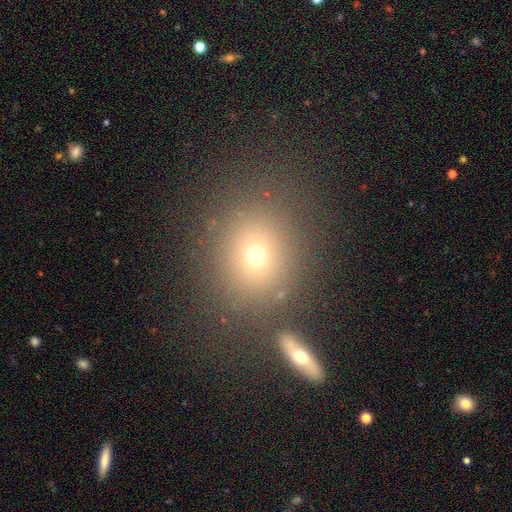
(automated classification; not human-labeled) smooth_or_featured: smooth (p=0.66) [alt: star or artifact p=0.21]
how_rounded: round (p=0.73) [alt: in between p=0.26]
merging: none (p=0.77) [alt: minor disturbance p=0.10]